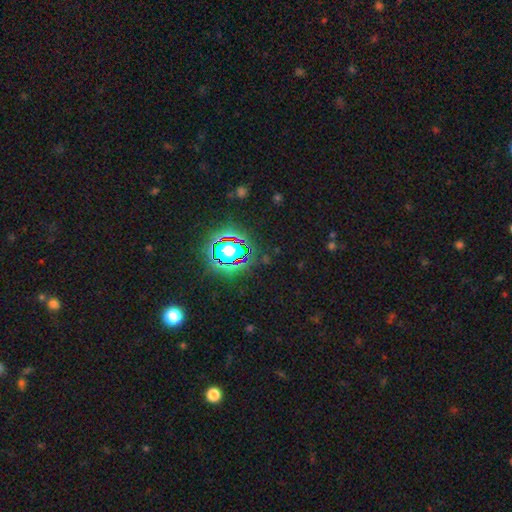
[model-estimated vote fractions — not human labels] Morphology: type=star or artifact (80%).